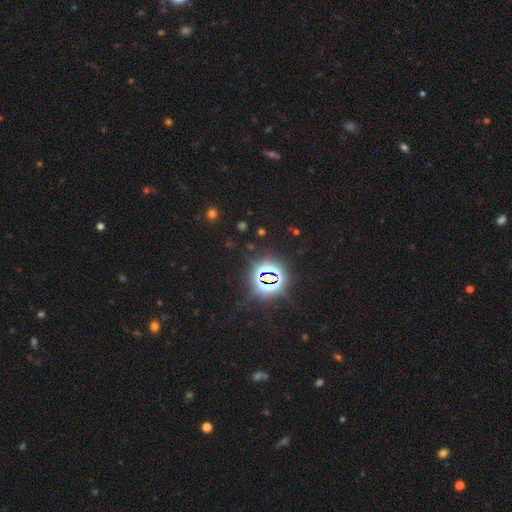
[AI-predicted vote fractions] star or artifact 84%, smooth 10%, featured or disk 6%.